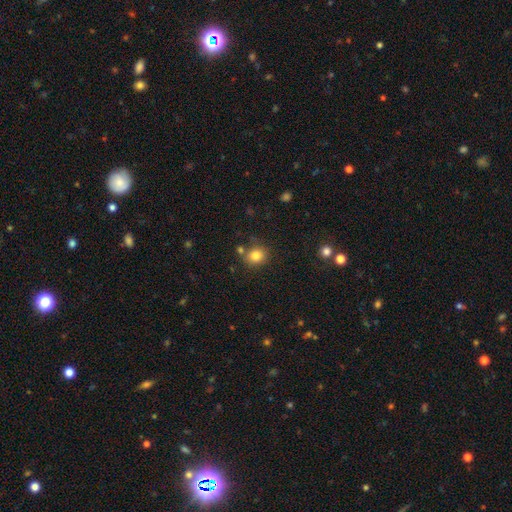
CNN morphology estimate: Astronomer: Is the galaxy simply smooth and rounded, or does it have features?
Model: smooth — 82%.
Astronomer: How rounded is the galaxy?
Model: round — 77%.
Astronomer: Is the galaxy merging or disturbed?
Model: none — 76%.